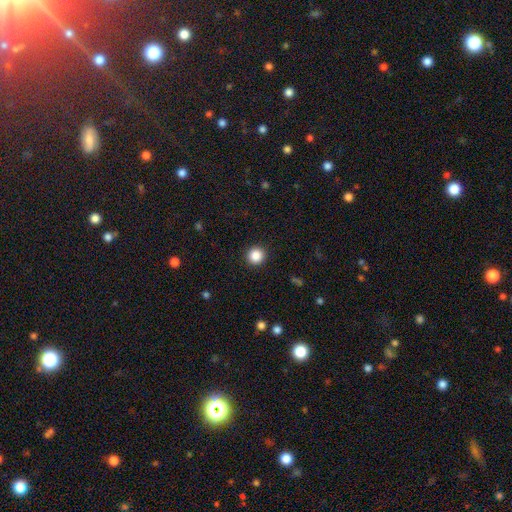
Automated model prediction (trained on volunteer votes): A smooth galaxy with no disk features (86%) that is round (95%).

Vote fractions:
- Smooth or featured? smooth: 86% / star or artifact: 10% / featured or disk: 3%
- How rounded? round: 95% / in between: 4% / cigar-shaped: 1%
- Merging? none: 92% / minor disturbance: 5% / major disturbance: 2% / merger: 1%